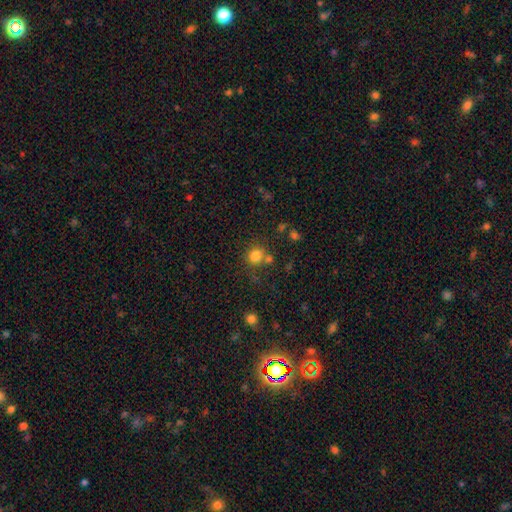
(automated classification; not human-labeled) Smooth or featured: smooth — 81% (star or artifact — 13%)
How rounded: round — 83% (in between — 16%)
Merging: none — 66% (merger — 19%)